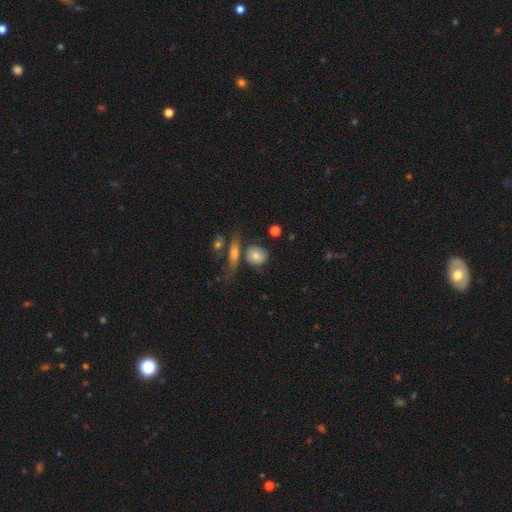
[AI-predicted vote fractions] smooth-or-featured: smooth: 73% | featured or disk: 18% | star or artifact: 9%
  how-rounded: round: 72% | in between: 25% | cigar-shaped: 4%
  merging: none: 59% | merger: 16% | minor disturbance: 16% | major disturbance: 9%